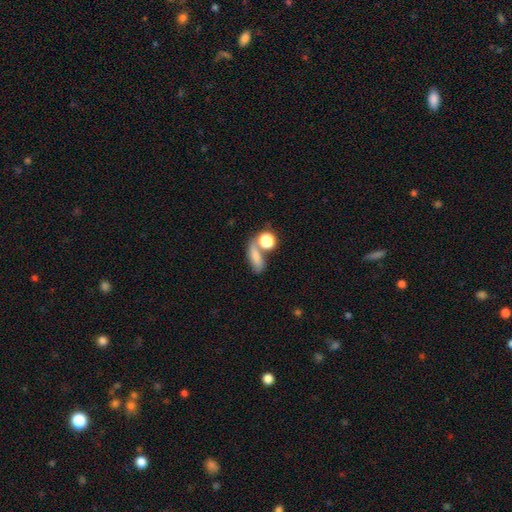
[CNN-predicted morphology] Smooth or featured? Predicted: smooth (p=0.73). How rounded? Predicted: in between (p=0.54). Merging? Predicted: none (p=0.43).